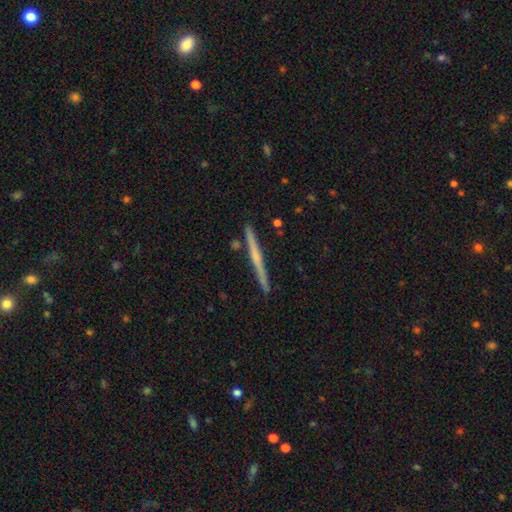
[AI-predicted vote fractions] smooth-or-featured: featured or disk: 64% | smooth: 31% | star or artifact: 6%
  disk-edge-on: yes: 98% | no: 2%
    edge-on-bulge: none: 58% | rounded: 35% | boxy: 7%
  merging: none: 91% | minor disturbance: 6% | merger: 2% | major disturbance: 1%